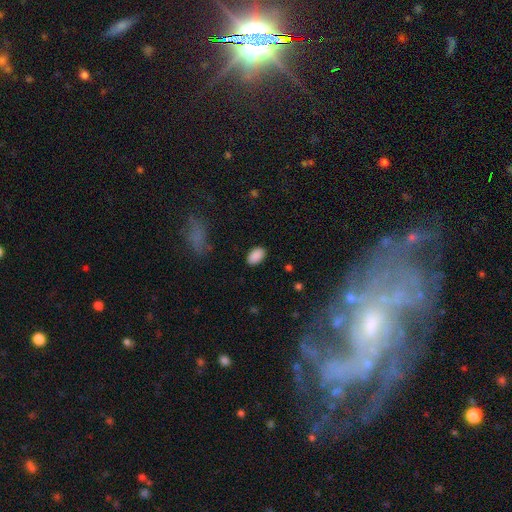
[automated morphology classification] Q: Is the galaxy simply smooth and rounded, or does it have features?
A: smooth — 89%.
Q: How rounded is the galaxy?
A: in between — 93%.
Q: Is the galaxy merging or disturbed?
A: none — 87%.